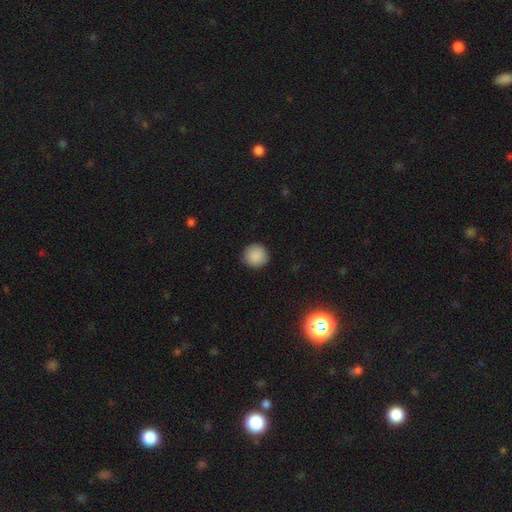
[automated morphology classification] Smooth or featured?
  - smooth: 89% *
  - star or artifact: 8%
  - featured or disk: 3%
How rounded?
  - round: 94% *
  - in between: 5%
  - cigar-shaped: 1%
Merging?
  - none: 89% *
  - minor disturbance: 8%
  - major disturbance: 2%
  - merger: 1%